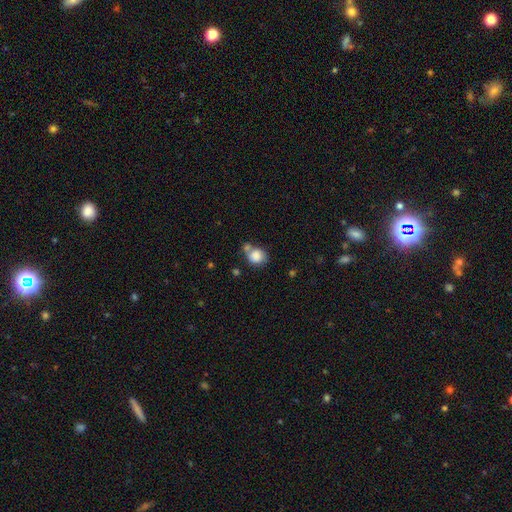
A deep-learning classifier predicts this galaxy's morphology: Smooth or featured? smooth (84%)
How rounded? round (73%)
Merging? none (43%)